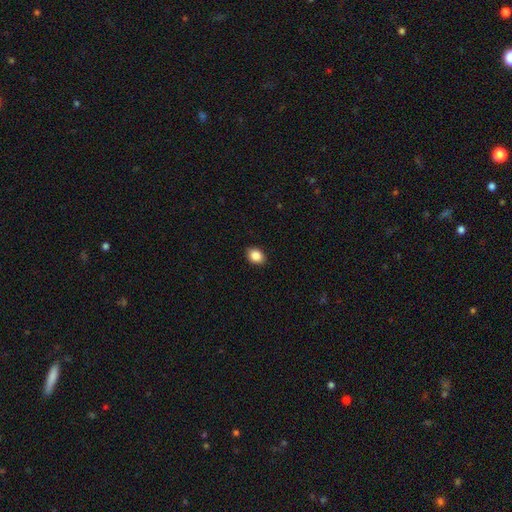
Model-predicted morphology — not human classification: Q: Smooth or featured?
A: smooth (87%); runner-up: star or artifact (9%)
Q: How rounded?
A: in between (64%); runner-up: round (35%)
Q: Merging?
A: none (90%); runner-up: minor disturbance (7%)